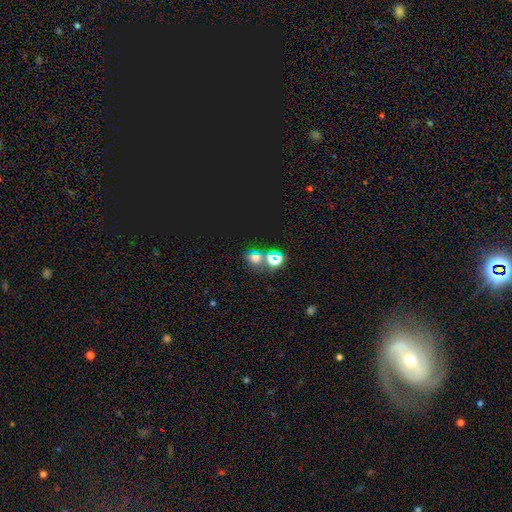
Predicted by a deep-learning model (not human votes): A star or artifact, not a galaxy (54%).